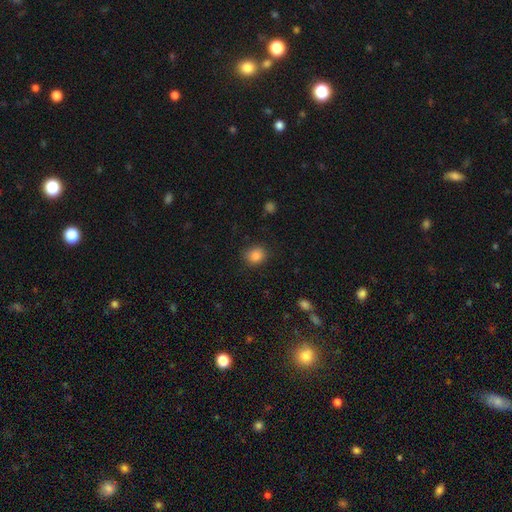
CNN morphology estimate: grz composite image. It shows a smooth galaxy with no disk features (85%) that is round (71%). Merging: none (87%).